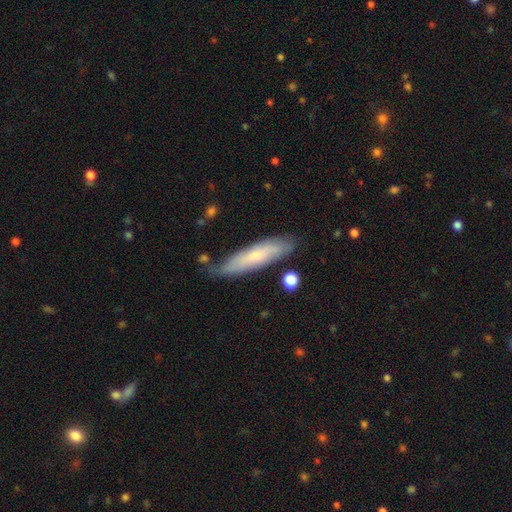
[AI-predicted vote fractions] A smooth galaxy with no disk features (58%) that is cigar-shaped (77%).

Vote fractions:
- Smooth or featured? smooth: 58% / featured or disk: 35% / star or artifact: 7%
- How rounded? cigar-shaped: 77% / in between: 22% / round: 2%
- Merging? none: 72% / minor disturbance: 21% / major disturbance: 4% / merger: 3%